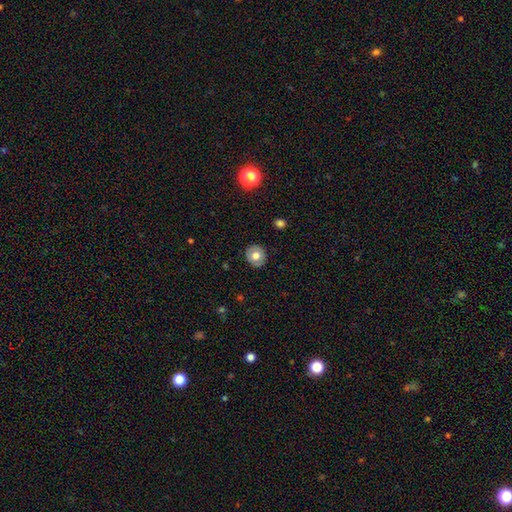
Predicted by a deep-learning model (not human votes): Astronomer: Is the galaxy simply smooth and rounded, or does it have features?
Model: smooth — 70%.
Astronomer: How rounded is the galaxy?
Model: round — 85%.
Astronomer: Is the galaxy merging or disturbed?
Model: none — 89%.